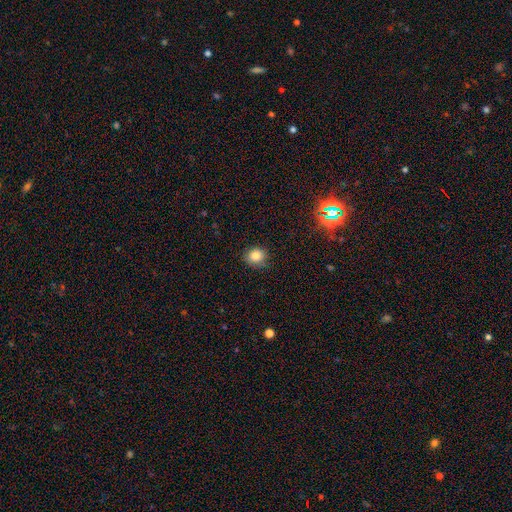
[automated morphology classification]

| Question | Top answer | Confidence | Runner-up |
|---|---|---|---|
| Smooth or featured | smooth | 82% | star or artifact (12%) |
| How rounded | round | 77% | in between (22%) |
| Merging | none | 83% | minor disturbance (13%) |